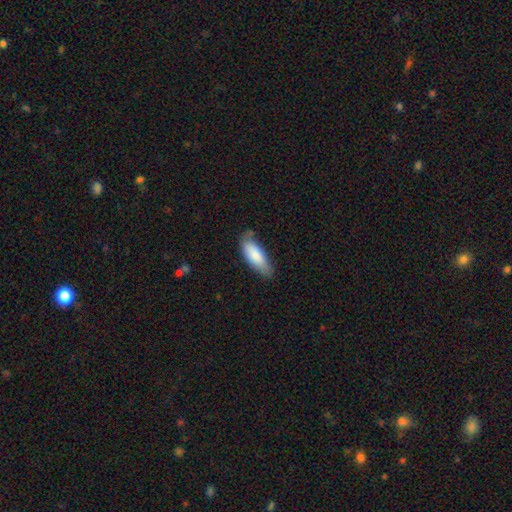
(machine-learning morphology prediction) smooth_or_featured: smooth (p=0.83) [alt: featured or disk p=0.11]
how_rounded: in between (p=0.70) [alt: cigar-shaped p=0.28]
merging: none (p=0.67) [alt: minor disturbance p=0.26]